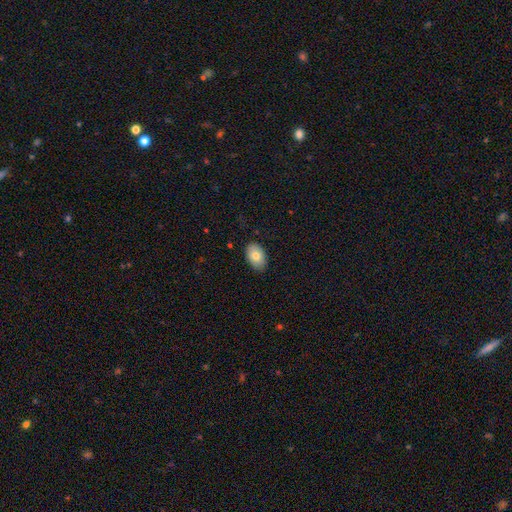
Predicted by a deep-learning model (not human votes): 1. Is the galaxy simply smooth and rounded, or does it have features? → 79% smooth, 14% featured or disk, 7% star or artifact.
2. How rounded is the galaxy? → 89% in between, 10% round, 1% cigar-shaped.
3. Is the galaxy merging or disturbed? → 83% none, 14% minor disturbance, 2% major disturbance, 1% merger.